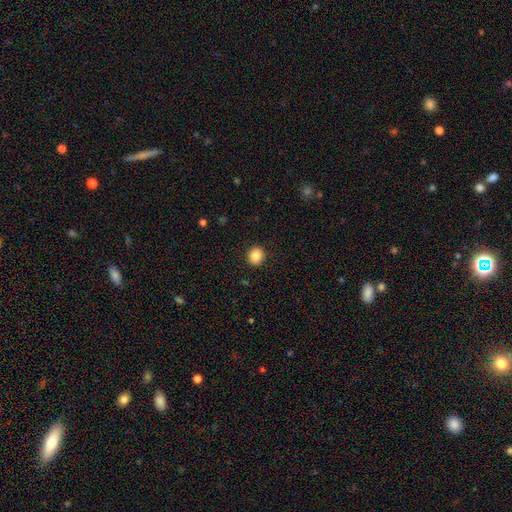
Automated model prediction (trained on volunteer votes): smooth 86%, star or artifact 10%, featured or disk 5%. Down the decision tree: how rounded — round (80%); merging — none (91%).